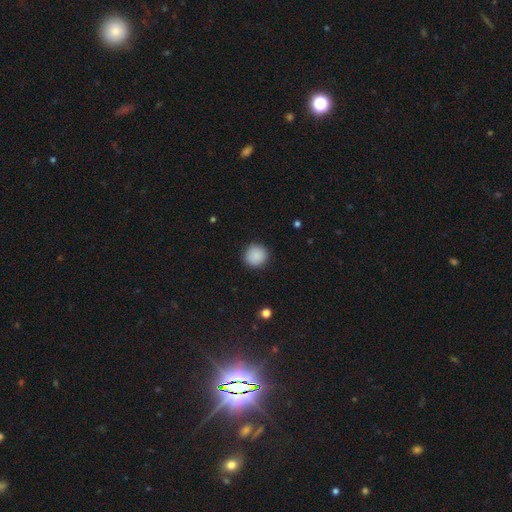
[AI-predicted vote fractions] A smooth galaxy with no disk features (89%) that is round (94%). Merging: none (91%).